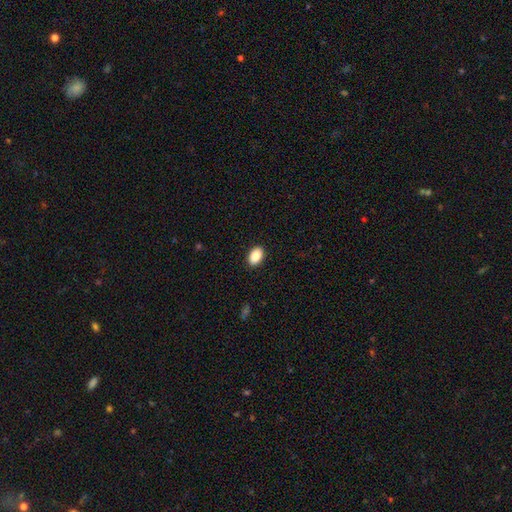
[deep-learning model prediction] Q: Smooth or featured?
A: smooth (86%); runner-up: star or artifact (8%)
Q: How rounded?
A: in between (88%); runner-up: round (11%)
Q: Merging?
A: none (90%); runner-up: minor disturbance (7%)